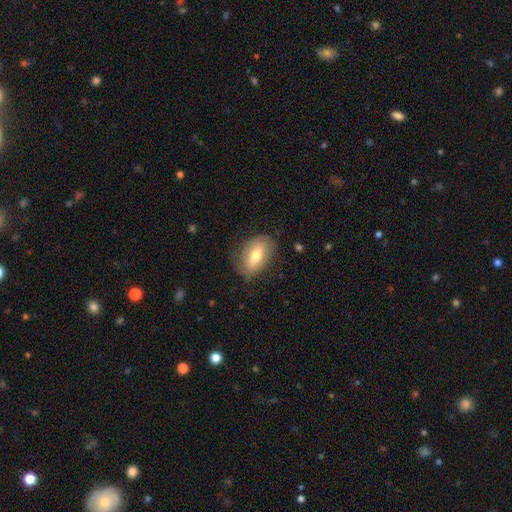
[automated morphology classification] This is likely a smooth galaxy (63%). How rounded: clearly in between (87%). Merging: likely none (74%).